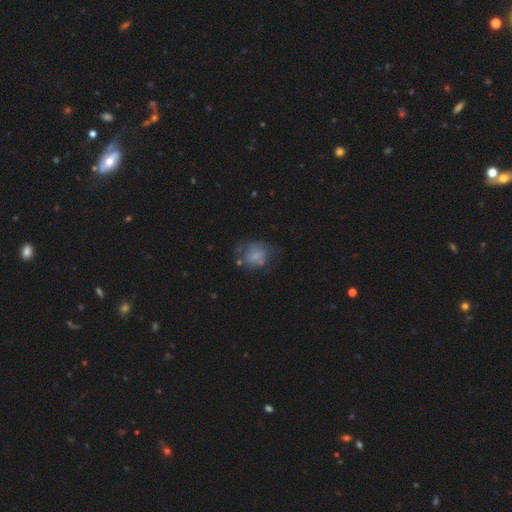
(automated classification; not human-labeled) smooth_or_featured: smooth (p=0.58) [alt: featured or disk p=0.31]
how_rounded: round (p=0.50) [alt: in between p=0.48]
merging: none (p=0.44) [alt: minor disturbance p=0.27]